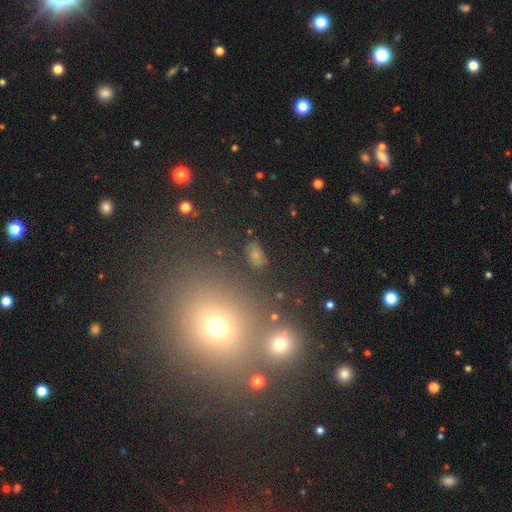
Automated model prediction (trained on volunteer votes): Q: Smooth or featured?
A: smooth (64%); runner-up: star or artifact (24%)
Q: How rounded?
A: in between (88%); runner-up: round (8%)
Q: Merging?
A: none (74%); runner-up: minor disturbance (15%)